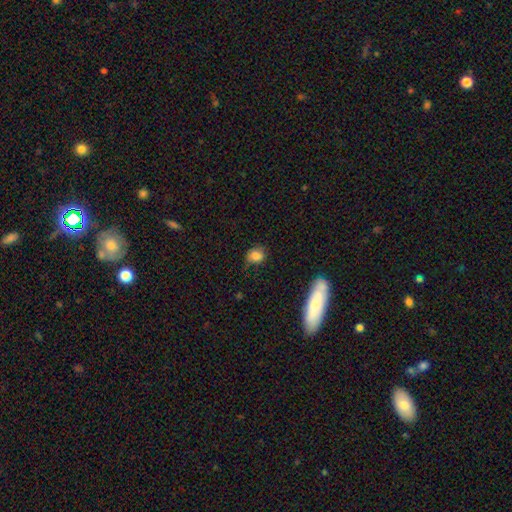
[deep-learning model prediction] Morphology: type=smooth (81%); roundness=round (49%, tied with in between); merging=none (63%).